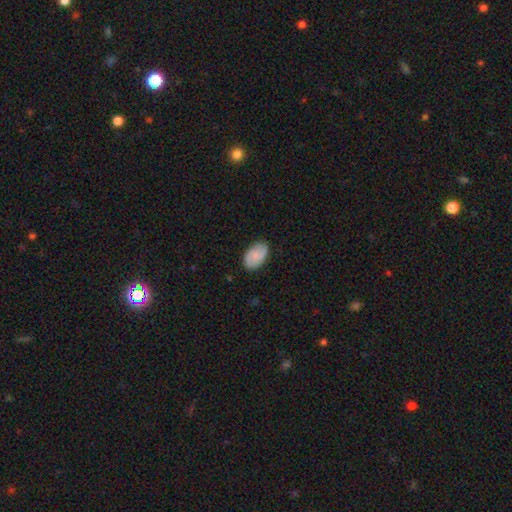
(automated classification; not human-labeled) Smooth or featured: smooth — 70% (featured or disk — 23%)
How rounded: in between — 91% (round — 8%)
Merging: none — 78% (minor disturbance — 18%)